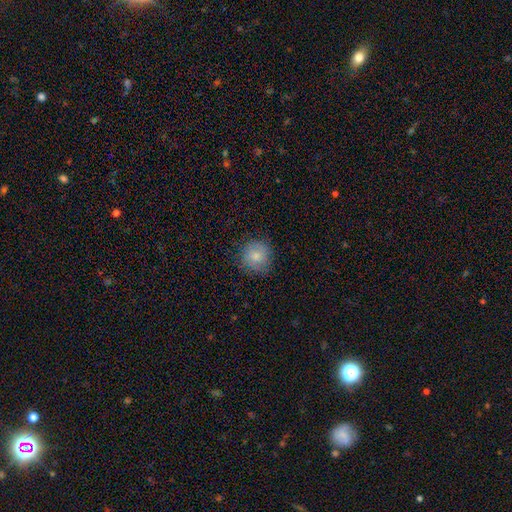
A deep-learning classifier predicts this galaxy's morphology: Smooth or featured: smooth — 78% (featured or disk — 13%)
How rounded: round — 91% (in between — 8%)
Merging: none — 81% (minor disturbance — 15%)